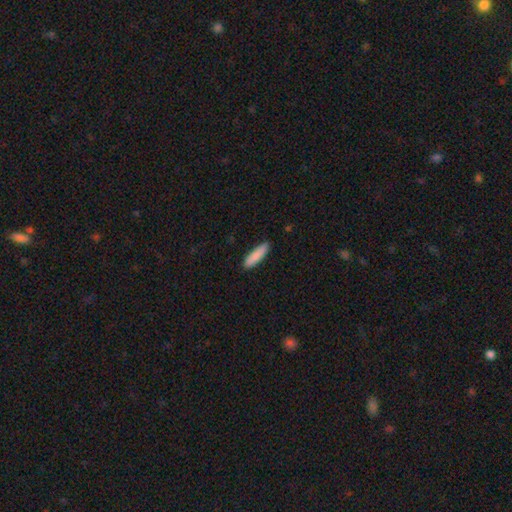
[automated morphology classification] type=smooth (88%); roundness=cigar-shaped (71%); merging=none (89%).